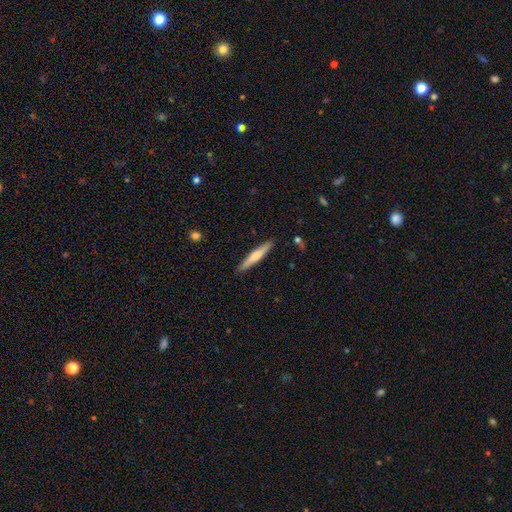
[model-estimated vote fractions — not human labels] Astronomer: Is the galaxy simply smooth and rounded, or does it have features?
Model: smooth — 56% (runner-up: featured or disk, 39%).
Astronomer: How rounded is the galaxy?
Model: cigar-shaped — 92%.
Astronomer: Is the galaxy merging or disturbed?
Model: none — 89%.